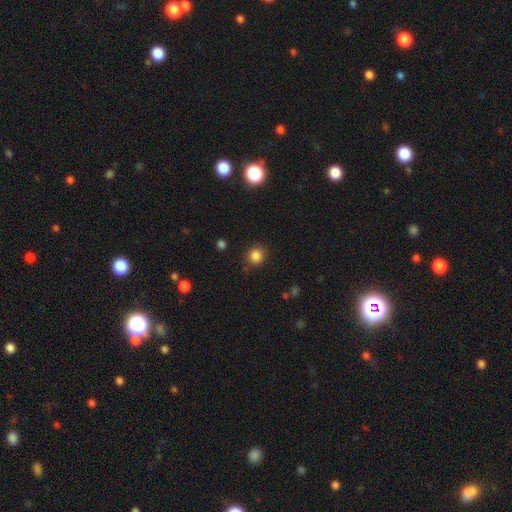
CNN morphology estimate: Overall: smooth (84%). How rounded: round (87%). Merging: none (84%).